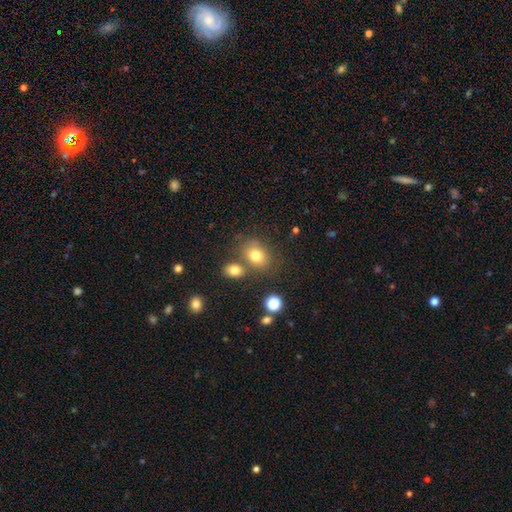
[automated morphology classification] smooth-or-featured: smooth: 76% | star or artifact: 13% | featured or disk: 11%
  how-rounded: in between: 58% | round: 41% | cigar-shaped: 1%
  merging: none: 62% | merger: 20% | minor disturbance: 13% | major disturbance: 5%